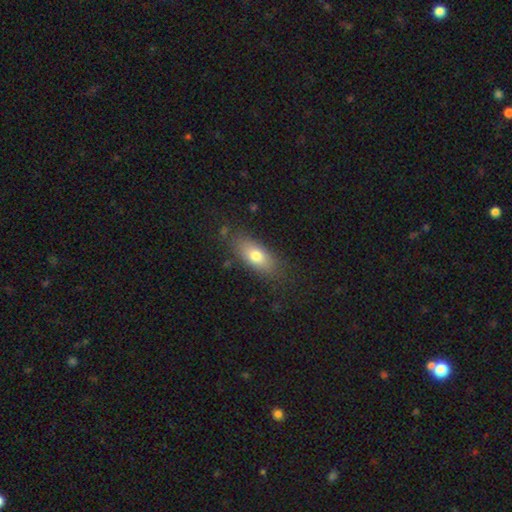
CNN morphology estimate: Overall: smooth (75%). How rounded: in between (80%). Merging: none (80%).